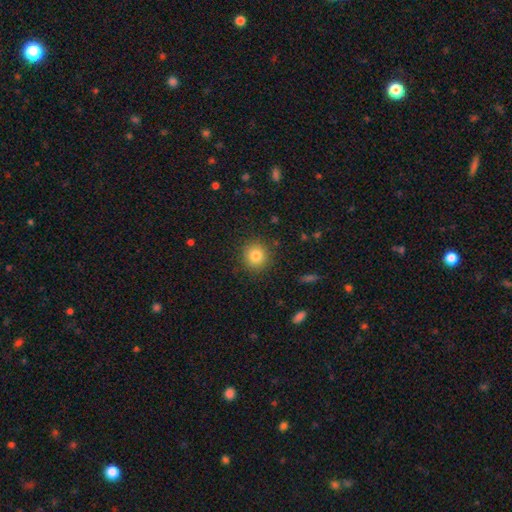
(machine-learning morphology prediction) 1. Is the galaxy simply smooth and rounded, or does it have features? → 82% smooth, 11% star or artifact, 7% featured or disk.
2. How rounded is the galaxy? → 91% round, 8% in between, 1% cigar-shaped.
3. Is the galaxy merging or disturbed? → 89% none, 7% minor disturbance, 2% major disturbance, 1% merger.